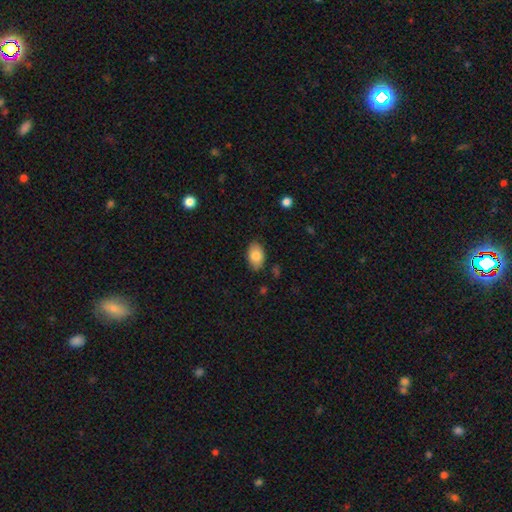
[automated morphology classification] This is clearly a smooth galaxy (82%). How rounded: clearly in between (90%). Merging: clearly none (83%).